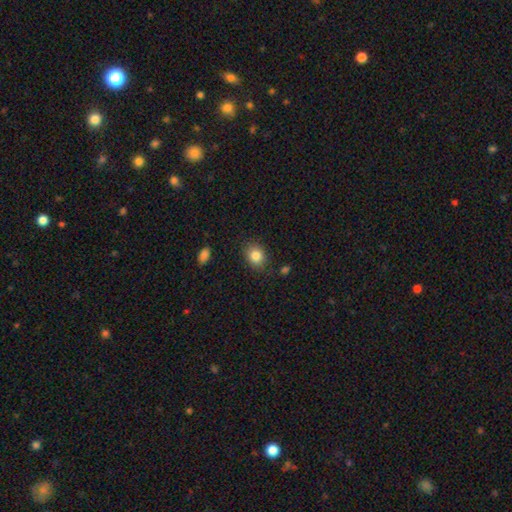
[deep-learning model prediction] Q: Smooth or featured?
A: smooth (84%); runner-up: star or artifact (9%)
Q: How rounded?
A: round (52%); runner-up: in between (47%)
Q: Merging?
A: none (84%); runner-up: minor disturbance (11%)